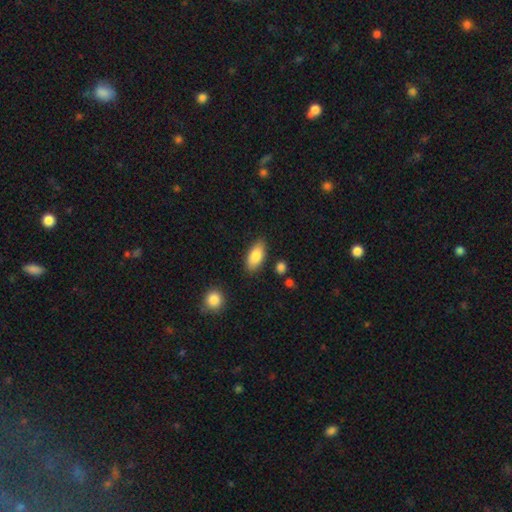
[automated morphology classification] Smooth or featured? smooth (84%)
How rounded? in between (90%)
Merging? none (84%)